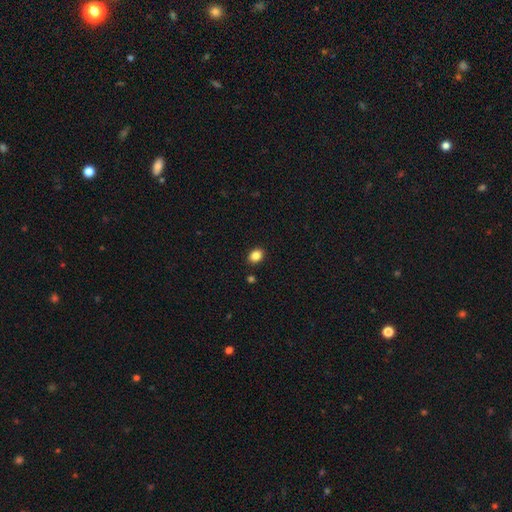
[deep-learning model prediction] A smooth galaxy with no disk features (86%) that is in between round and cigar-shaped (59%). Merging: none (89%).